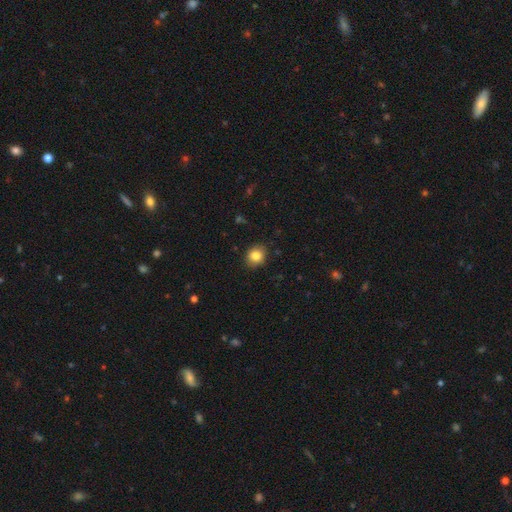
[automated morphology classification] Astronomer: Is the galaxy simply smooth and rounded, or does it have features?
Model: smooth — 84%.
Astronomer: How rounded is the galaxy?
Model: round — 74%.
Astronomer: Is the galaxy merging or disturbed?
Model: none — 88%.